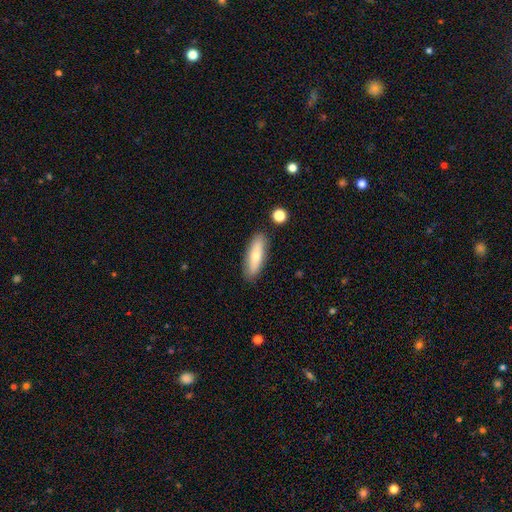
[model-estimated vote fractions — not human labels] A smooth galaxy with no disk features (70%) that is cigar-shaped (53%). Merging: none (84%).